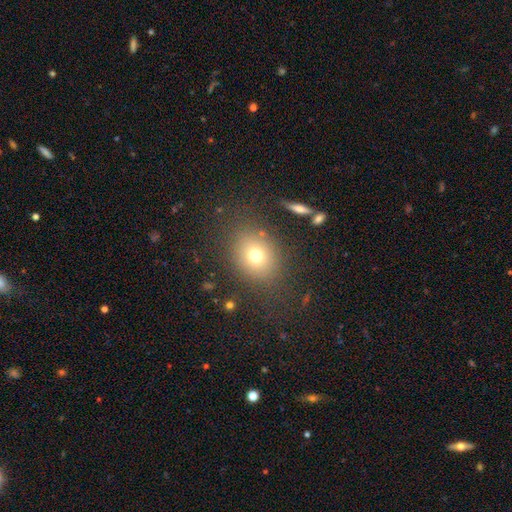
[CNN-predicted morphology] Smooth or featured? Predicted: smooth (p=0.72). How rounded? Predicted: round (p=0.59). Merging? Predicted: none (p=0.80).